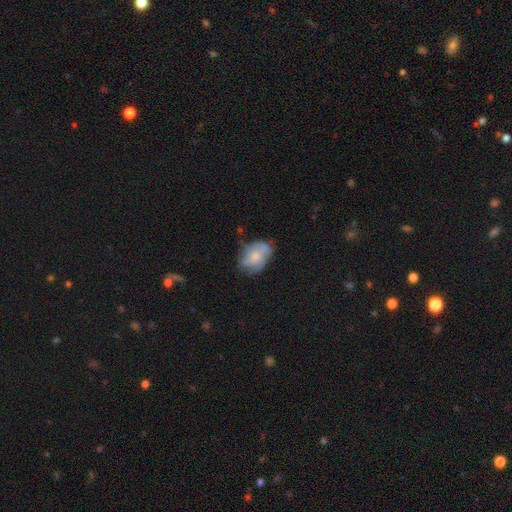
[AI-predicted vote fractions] Smooth or featured? Predicted: featured or disk (p=0.54). Edge-on disk? Predicted: no (p=0.96). Bar? Predicted: no (p=0.79). Spiral arms? Predicted: yes (p=0.71). Bulge size? Predicted: moderate (p=0.47). Merging? Predicted: none (p=0.56).